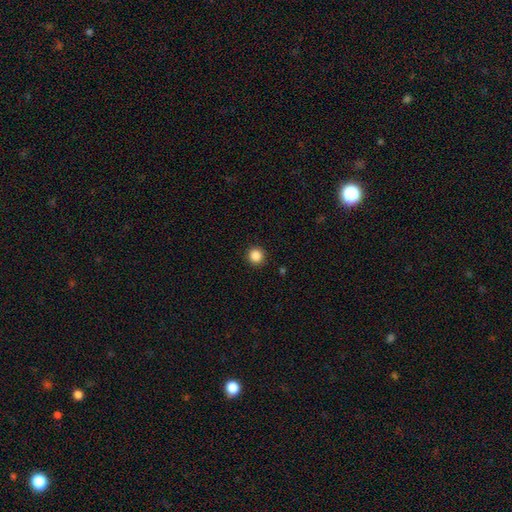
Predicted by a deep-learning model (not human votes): A smooth galaxy with no disk features (87%) that is round (94%).

Vote fractions:
- Smooth or featured? smooth: 87% / star or artifact: 10% / featured or disk: 3%
- How rounded? round: 94% / in between: 5% / cigar-shaped: 1%
- Merging? none: 92% / minor disturbance: 5% / major disturbance: 2% / merger: 1%